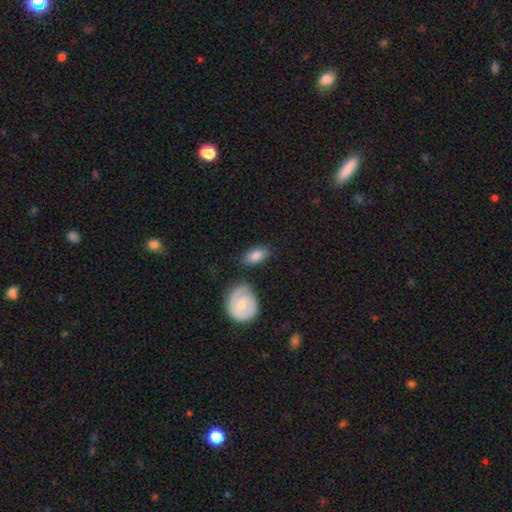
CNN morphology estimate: A smooth galaxy with no disk features (77%) that is in between round and cigar-shaped (89%).

Vote fractions:
- Smooth or featured? smooth: 77% / featured or disk: 17% / star or artifact: 6%
- How rounded? in between: 89% / round: 7% / cigar-shaped: 4%
- Merging? none: 73% / minor disturbance: 16% / merger: 7% / major disturbance: 4%